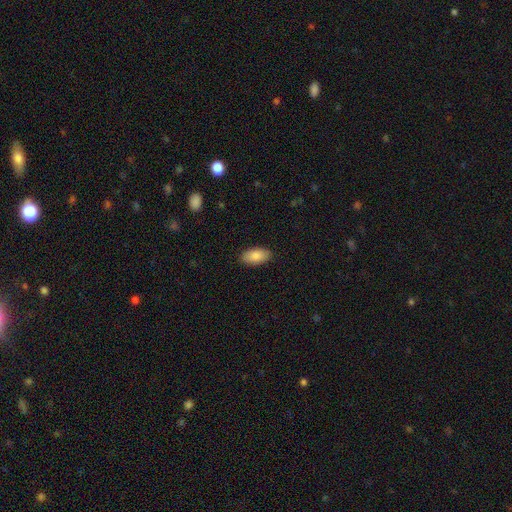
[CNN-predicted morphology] Smooth or featured? Predicted: smooth (p=0.87). How rounded? Predicted: in between (p=0.92). Merging? Predicted: none (p=0.89).